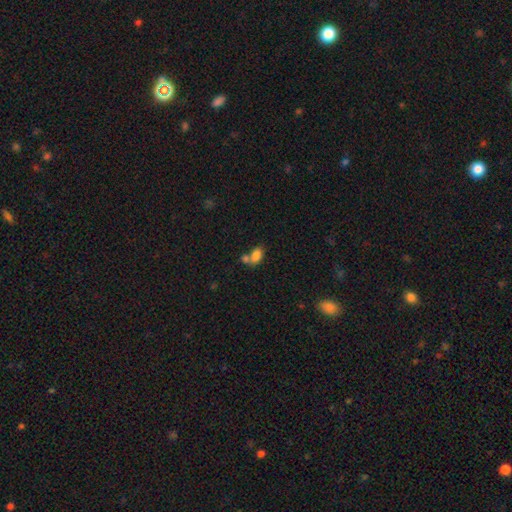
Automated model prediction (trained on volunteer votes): A smooth galaxy with no disk features (81%) that is in between round and cigar-shaped (87%).

Vote fractions:
- Smooth or featured? smooth: 81% / star or artifact: 10% / featured or disk: 9%
- How rounded? in between: 87% / round: 11% / cigar-shaped: 2%
- Merging? merger: 53% / none: 32% / minor disturbance: 10% / major disturbance: 5%